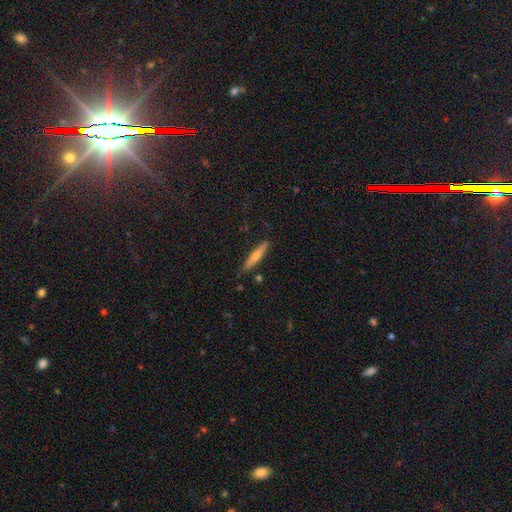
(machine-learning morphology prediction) Overall: featured or disk (56%; smooth 36%). Edge-on disk: yes (94%). Edge-on bulge: rounded (84%). Merging: none (87%).